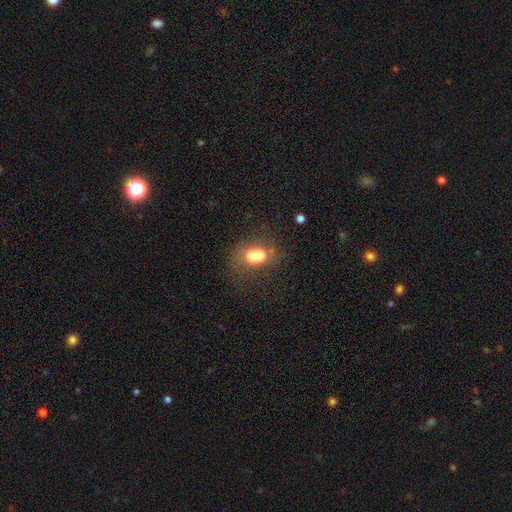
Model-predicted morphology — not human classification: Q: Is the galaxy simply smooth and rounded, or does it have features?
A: smooth — 78%.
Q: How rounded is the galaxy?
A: in between — 81%.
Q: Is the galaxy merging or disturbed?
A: none — 57%.